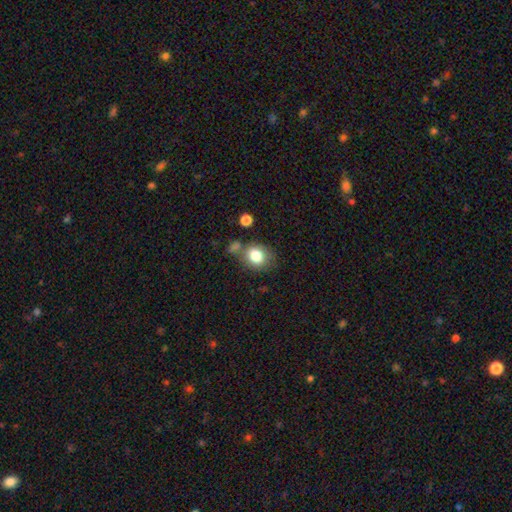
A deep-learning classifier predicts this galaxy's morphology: Smooth or featured? smooth (81%)
How rounded? round (63%)
Merging? none (62%)